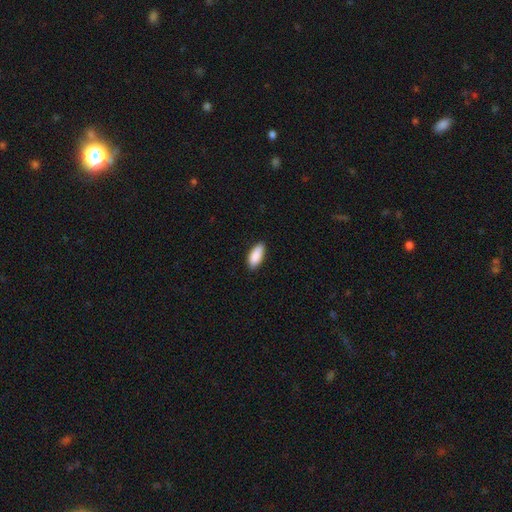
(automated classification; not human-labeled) Q: Smooth or featured?
A: smooth (89%); runner-up: star or artifact (6%)
Q: How rounded?
A: in between (84%); runner-up: cigar-shaped (14%)
Q: Merging?
A: none (85%); runner-up: minor disturbance (12%)